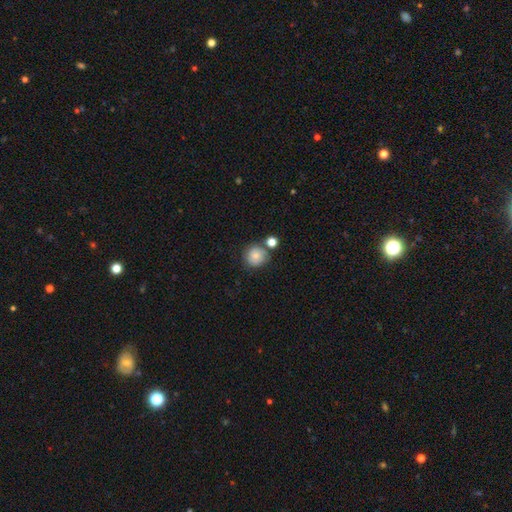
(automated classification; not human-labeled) This is likely a smooth galaxy (77%). How rounded: clearly round (89%). Merging: likely none (66%).